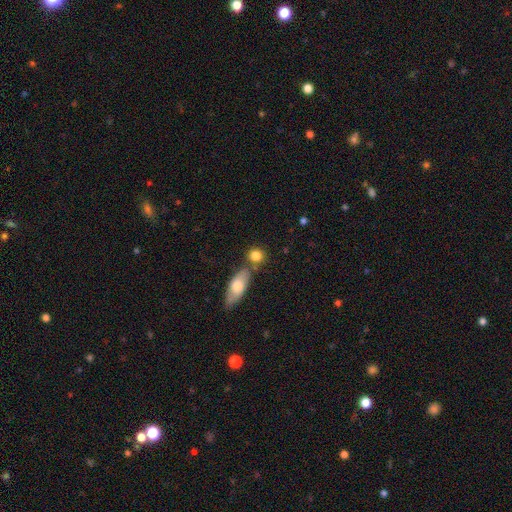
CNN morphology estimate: smooth_or_featured: smooth (p=0.82) [alt: featured or disk p=0.10]
how_rounded: round (p=0.71) [alt: in between p=0.24]
merging: none (p=0.63) [alt: merger p=0.23]